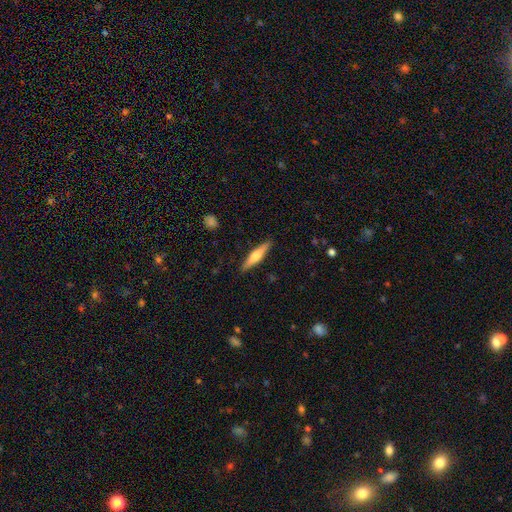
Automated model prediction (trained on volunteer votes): featured or disk 49%, smooth 45%, star or artifact 5%. Down the decision tree: merging — none (90%).